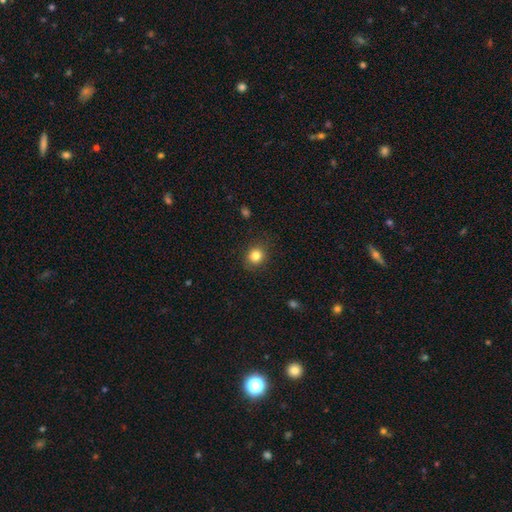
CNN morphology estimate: A smooth galaxy with no disk features (84%) that is round (73%). Merging: none (87%).